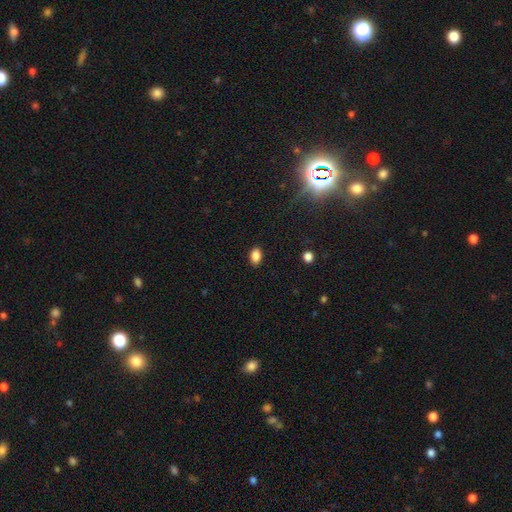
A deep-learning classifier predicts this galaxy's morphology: The model was most divided on "how rounded": in between: 84%, round: 14%, cigar-shaped: 1%. More confident: merging — none (88%); smooth or featured — smooth (87%).